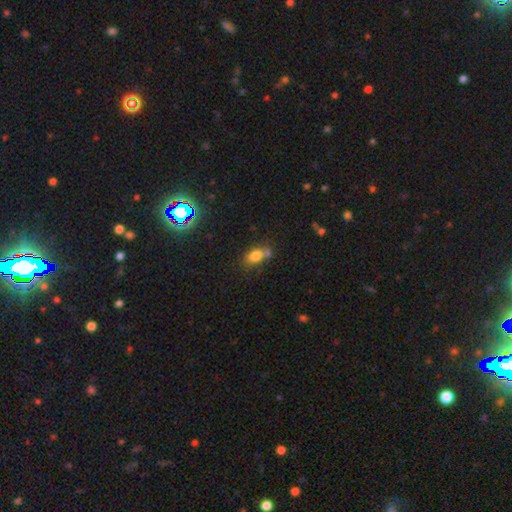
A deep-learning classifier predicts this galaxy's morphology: Smooth or featured? Predicted: smooth (p=0.78). How rounded? Predicted: in between (p=0.78). Merging? Predicted: none (p=0.54).